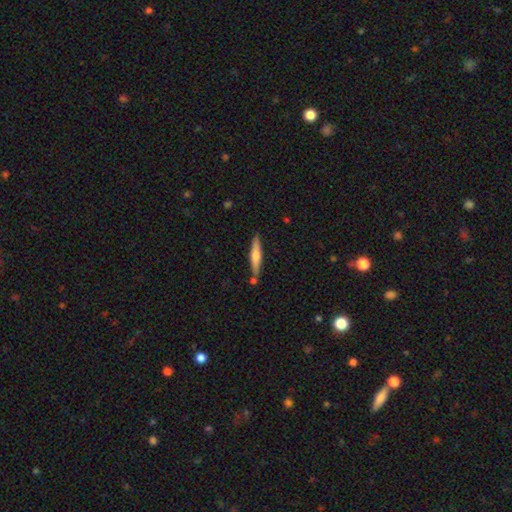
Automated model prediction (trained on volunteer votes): smooth_or_featured: smooth (p=0.55) [alt: featured or disk p=0.39]
how_rounded: cigar-shaped (p=0.90) [alt: in between p=0.09]
merging: none (p=0.79) [alt: minor disturbance p=0.12]